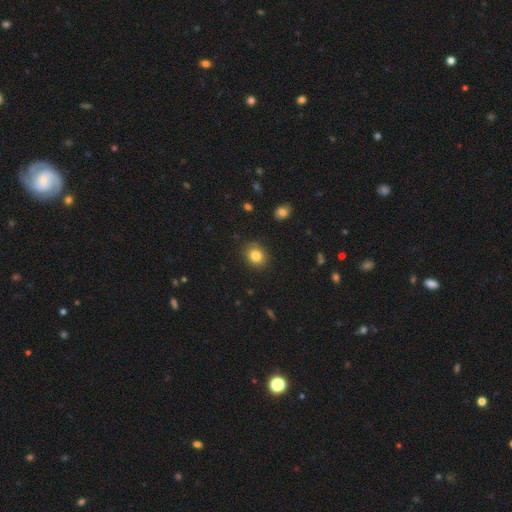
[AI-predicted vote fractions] Smooth or featured?
  - smooth: 83% *
  - star or artifact: 10%
  - featured or disk: 6%
How rounded?
  - round: 72% *
  - in between: 27%
  - cigar-shaped: 1%
Merging?
  - none: 88% *
  - minor disturbance: 9%
  - major disturbance: 2%
  - merger: 1%